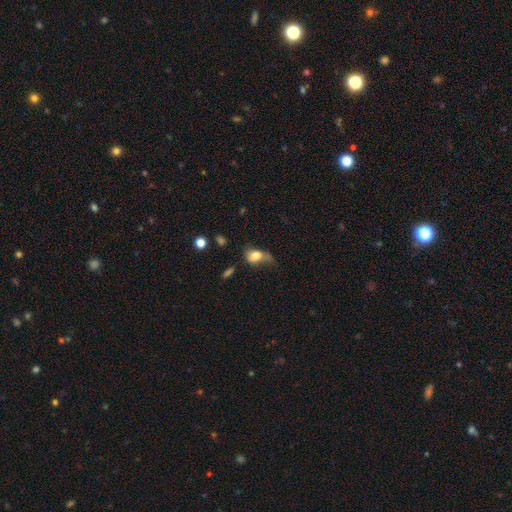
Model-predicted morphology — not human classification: The model was most divided on "merging" (2-way tie): major disturbance: 34%, minor disturbance: 34%, none: 26%, merger: 6%. More confident: how rounded — in between (78%); smooth or featured — smooth (72%).